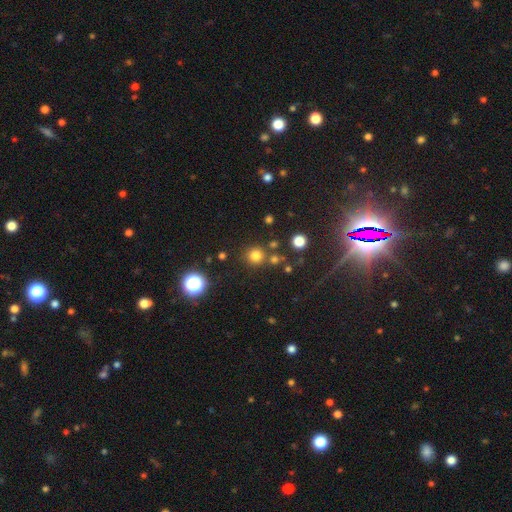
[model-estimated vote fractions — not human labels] A smooth galaxy with no disk features (76%) that is round (93%).

Vote fractions:
- Smooth or featured? smooth: 76% / star or artifact: 18% / featured or disk: 6%
- How rounded? round: 93% / in between: 6% / cigar-shaped: 1%
- Merging? none: 81% / merger: 8% / minor disturbance: 7% / major disturbance: 3%